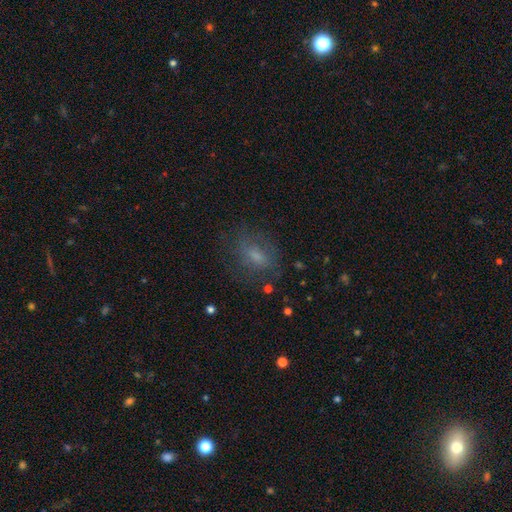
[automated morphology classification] smooth-or-featured: smooth: 57% | featured or disk: 29% | star or artifact: 14%
  how-rounded: in between: 76% | round: 18% | cigar-shaped: 6%
  merging: none: 67% | minor disturbance: 19% | major disturbance: 12% | merger: 2%